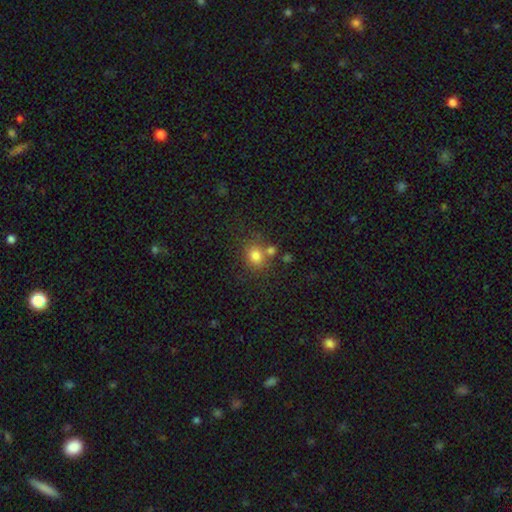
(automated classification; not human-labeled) A smooth galaxy with no disk features (78%) that is round (71%).

Vote fractions:
- Smooth or featured? smooth: 78% / star or artifact: 13% / featured or disk: 9%
- How rounded? round: 71% / in between: 28% / cigar-shaped: 1%
- Merging? none: 62% / merger: 21% / minor disturbance: 12% / major disturbance: 4%